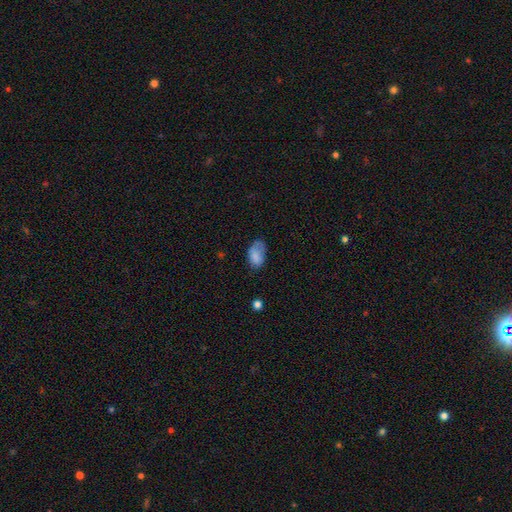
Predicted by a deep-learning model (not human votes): Overall: smooth (78%). How rounded: in between (91%). Merging: none (50%; minor disturbance 33%).